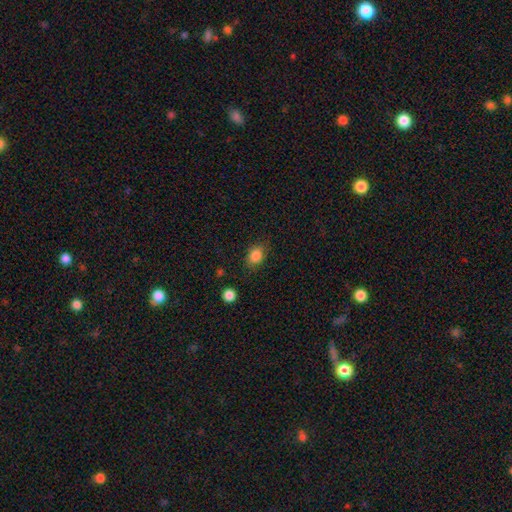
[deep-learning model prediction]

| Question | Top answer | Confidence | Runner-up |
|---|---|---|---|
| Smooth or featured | smooth | 85% | star or artifact (10%) |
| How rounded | in between | 60% | round (38%) |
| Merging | none | 81% | minor disturbance (14%) |